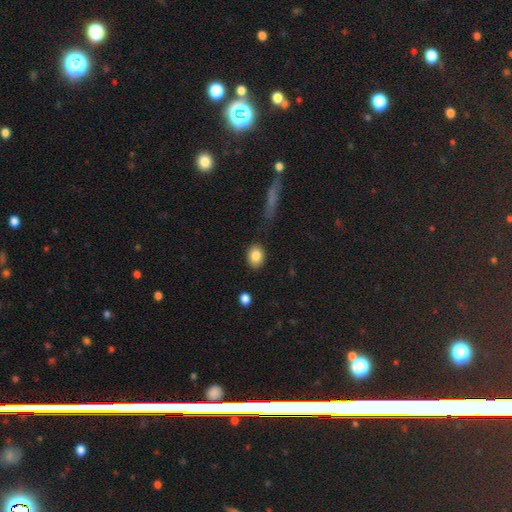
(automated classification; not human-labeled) This is clearly a smooth galaxy (85%). How rounded: possibly in between (57%). Merging: clearly none (86%).